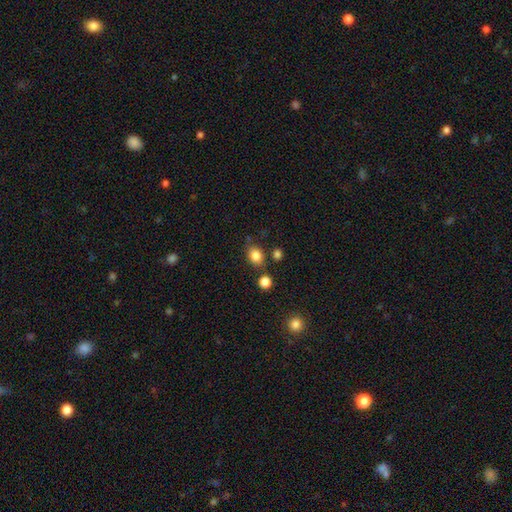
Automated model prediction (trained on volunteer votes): smooth-or-featured: smooth: 83% | star or artifact: 11% | featured or disk: 6%
  how-rounded: in between: 52% | round: 47% | cigar-shaped: 1%
  merging: none: 74% | minor disturbance: 14% | merger: 8% | major disturbance: 4%